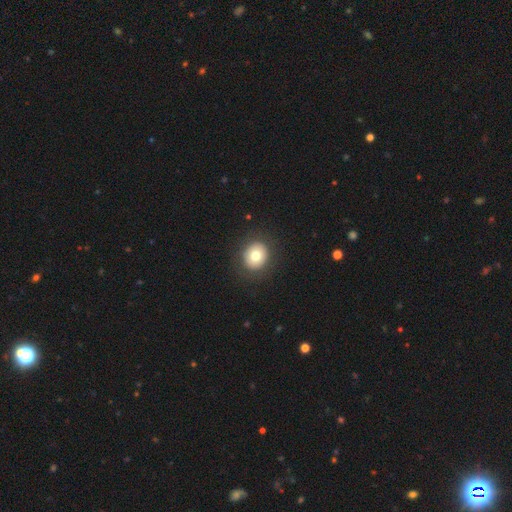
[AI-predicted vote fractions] This is likely a smooth galaxy (76%). How rounded: likely round (79%). Merging: clearly none (89%).